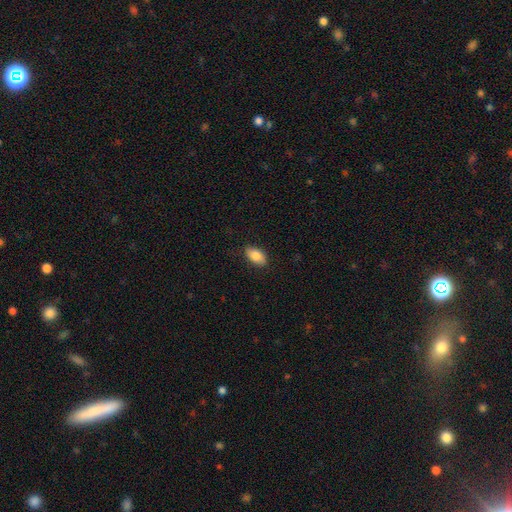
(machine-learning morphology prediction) A smooth galaxy with no disk features (86%) that is in between round and cigar-shaped (93%). Merging: none (85%).